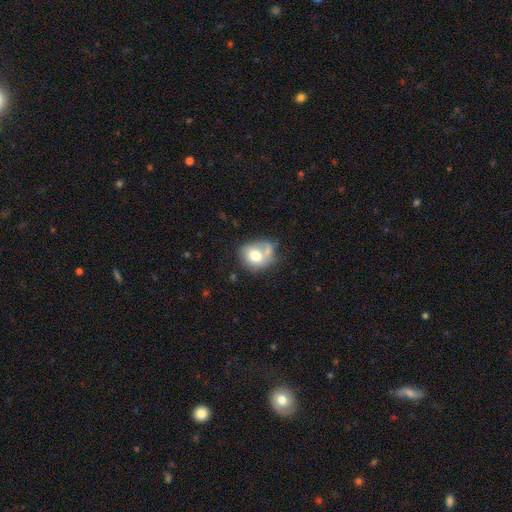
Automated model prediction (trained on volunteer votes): Smooth or featured? Predicted: smooth (p=0.69). How rounded? Predicted: round (p=0.62). Merging? Predicted: none (p=0.37).